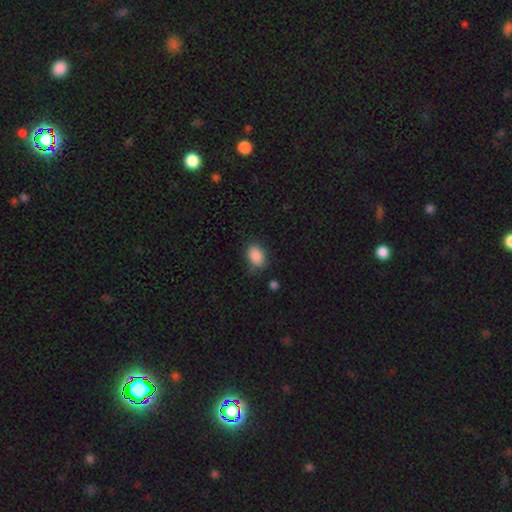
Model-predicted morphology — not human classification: smooth_or_featured: smooth (p=0.88) [alt: star or artifact p=0.08]
how_rounded: in between (p=0.83) [alt: round p=0.16]
merging: none (p=0.70) [alt: minor disturbance p=0.22]